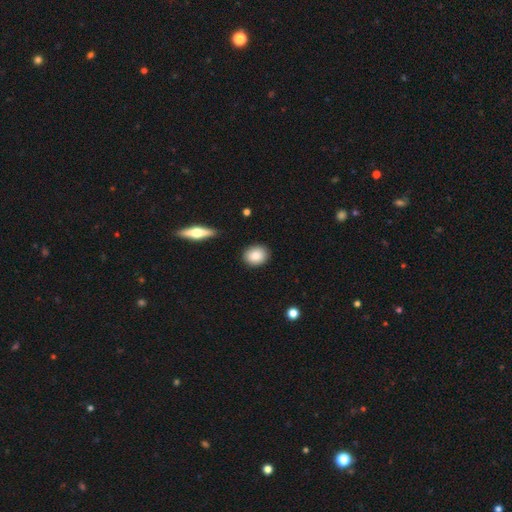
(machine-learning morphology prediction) A smooth galaxy with no disk features (85%) that is round (58%).

Vote fractions:
- Smooth or featured? smooth: 85% / featured or disk: 7% / star or artifact: 7%
- How rounded? round: 58% / in between: 40% / cigar-shaped: 2%
- Merging? none: 89% / minor disturbance: 8% / major disturbance: 2% / merger: 2%